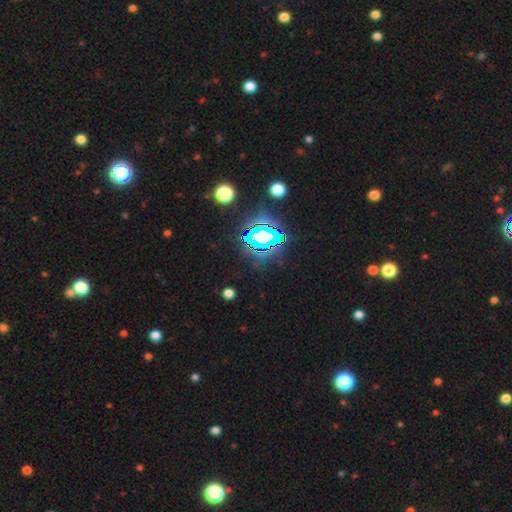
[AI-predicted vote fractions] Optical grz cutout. It shows a star or artifact, not a galaxy (82%).